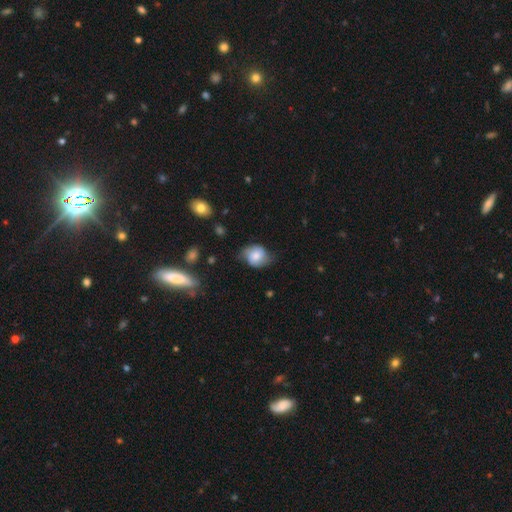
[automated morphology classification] Smooth or featured: smooth — 60% (featured or disk — 32%)
How rounded: round — 57% (in between — 42%)
Merging: none — 57% (minor disturbance — 31%)